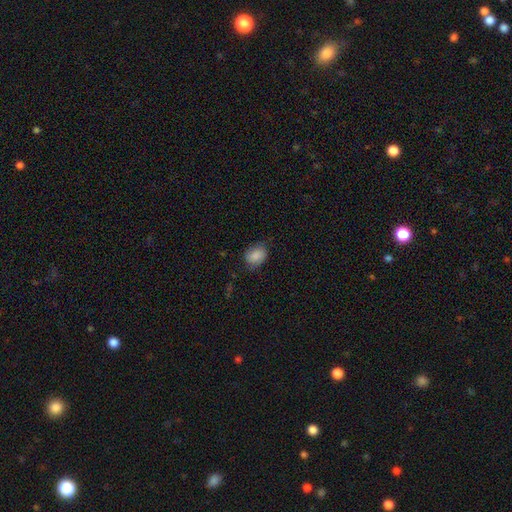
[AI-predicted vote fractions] smooth_or_featured: smooth (p=0.84) [alt: featured or disk p=0.08]
how_rounded: in between (p=0.72) [alt: round p=0.27]
merging: none (p=0.70) [alt: minor disturbance p=0.23]